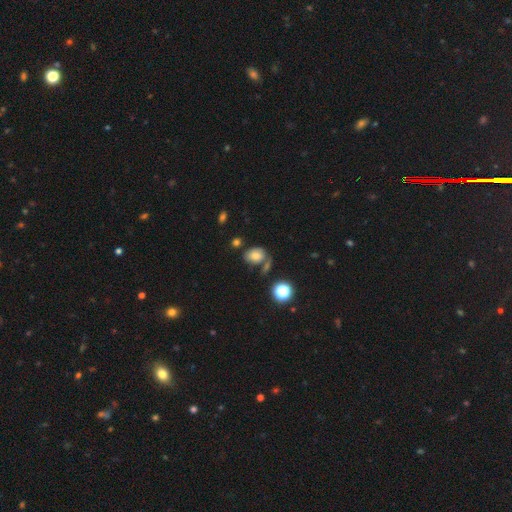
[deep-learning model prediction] Smooth or featured? smooth (71%)
How rounded? in between (66%)
Merging? none (52%)